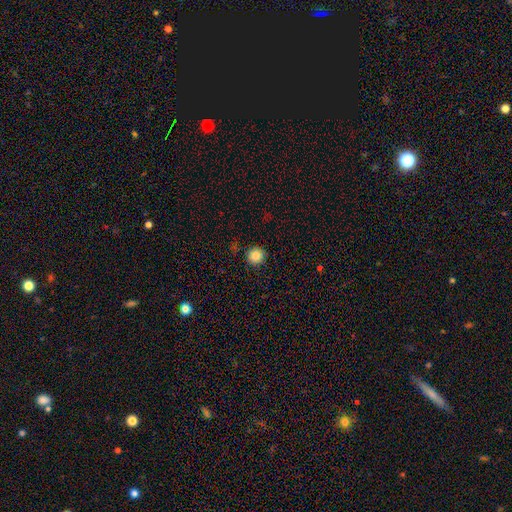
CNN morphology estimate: A smooth galaxy with no disk features (85%) that is round (93%).

Vote fractions:
- Smooth or featured? smooth: 85% / star or artifact: 10% / featured or disk: 4%
- How rounded? round: 93% / in between: 6% / cigar-shaped: 1%
- Merging? none: 90% / minor disturbance: 7% / major disturbance: 2% / merger: 1%